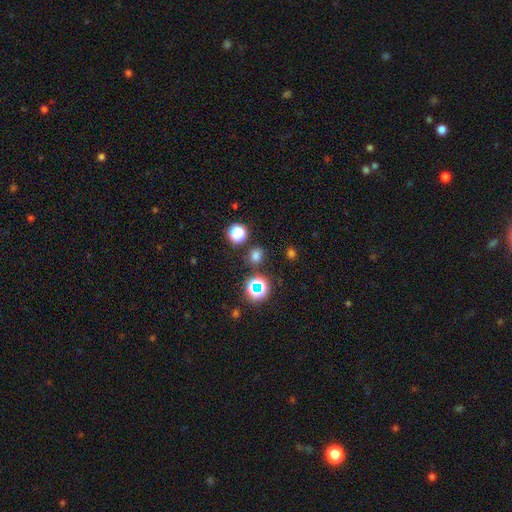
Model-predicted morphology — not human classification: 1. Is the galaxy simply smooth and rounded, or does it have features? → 68% smooth, 26% star or artifact, 5% featured or disk.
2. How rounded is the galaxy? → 80% round, 19% in between, 1% cigar-shaped.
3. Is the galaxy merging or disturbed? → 83% none, 8% minor disturbance, 5% merger, 3% major disturbance.